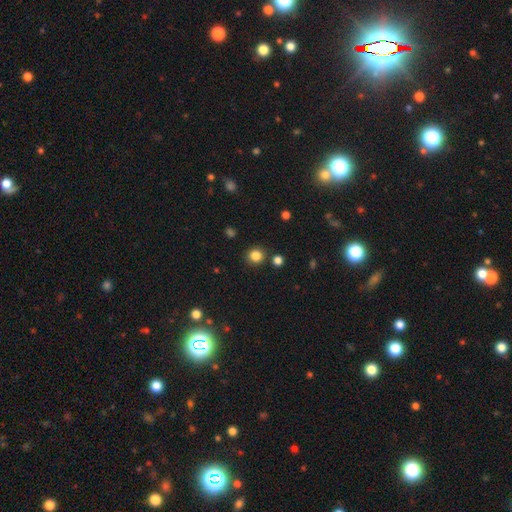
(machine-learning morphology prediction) Smooth or featured?
  - smooth: 83% *
  - star or artifact: 13%
  - featured or disk: 4%
How rounded?
  - round: 90% *
  - in between: 9%
  - cigar-shaped: 1%
Merging?
  - none: 87% *
  - minor disturbance: 7%
  - merger: 4%
  - major disturbance: 2%